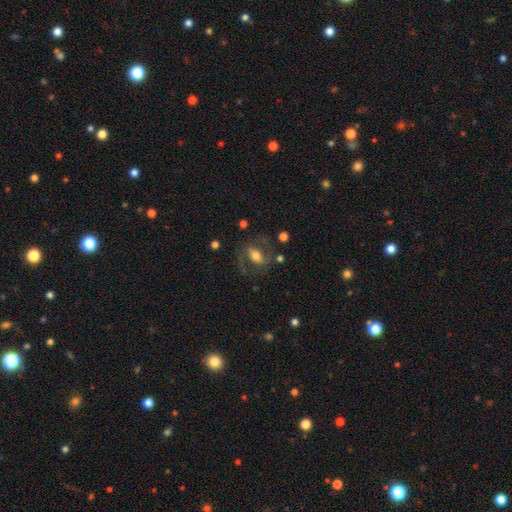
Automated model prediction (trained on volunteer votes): Q: Smooth or featured?
A: featured or disk (53%); runner-up: smooth (38%)
Q: Edge-on disk?
A: no (91%); runner-up: yes (9%)
Q: Merging?
A: none (64%); runner-up: minor disturbance (17%)